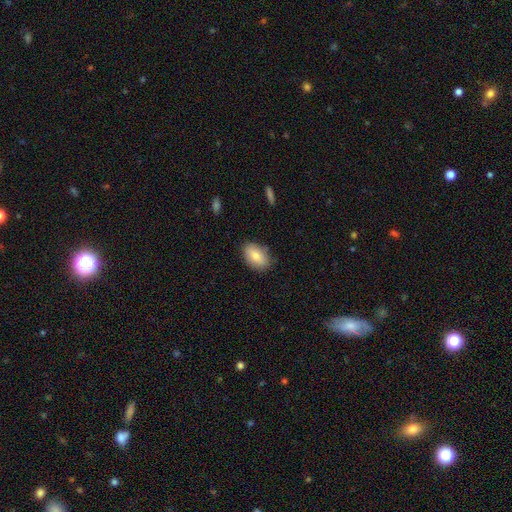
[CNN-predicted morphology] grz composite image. It shows a smooth galaxy with no disk features (78%) that is in between round and cigar-shaped (88%). Merging: none (81%).